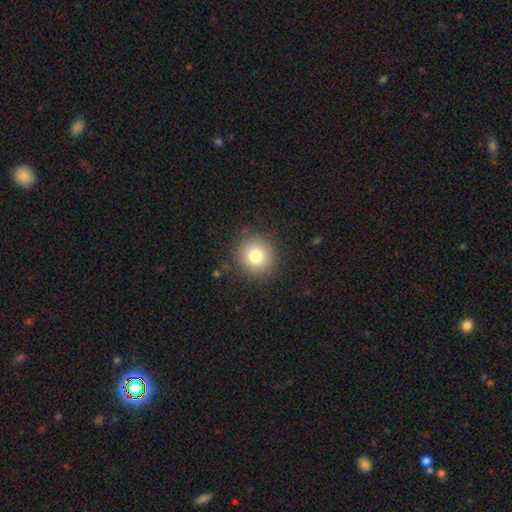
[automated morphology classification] Overall: smooth (79%). How rounded: round (91%). Merging: none (89%).